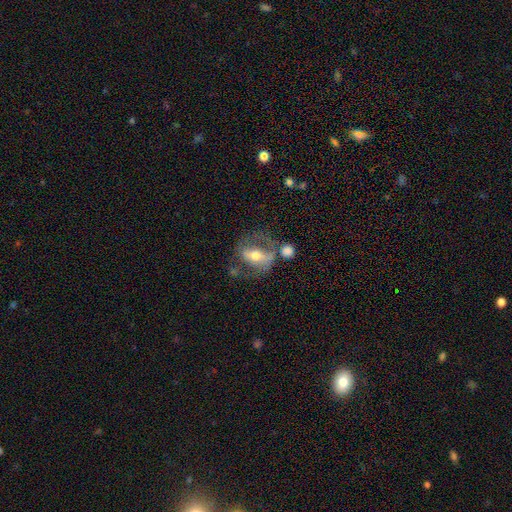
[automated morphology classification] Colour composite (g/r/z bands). It shows a featured or disk galaxy (67%) with a strong bar (57%), spiral arms (52%) and a moderate central bulge (70%). Merging: none (46%).